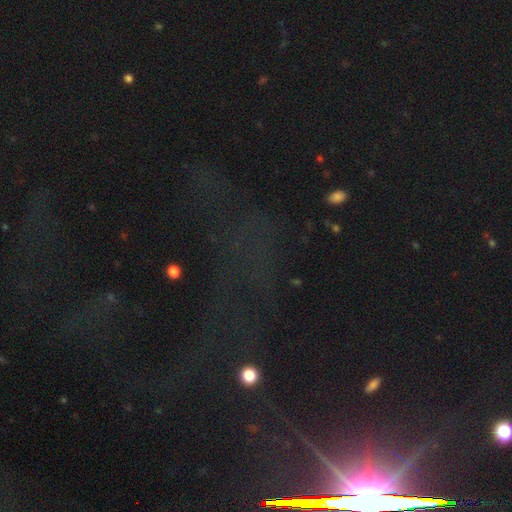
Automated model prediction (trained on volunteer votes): Smooth or featured?
  - star or artifact: 74% *
  - featured or disk: 16%
  - smooth: 10%